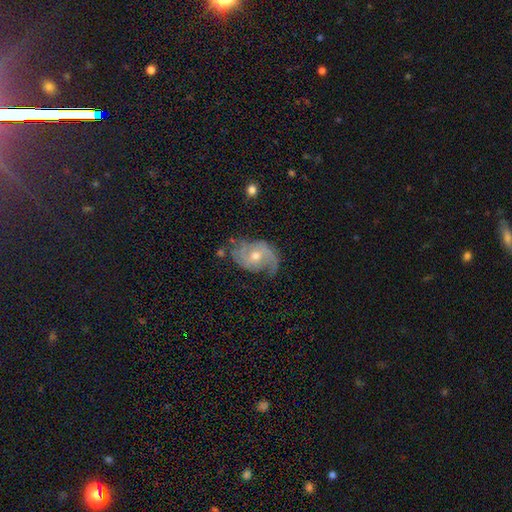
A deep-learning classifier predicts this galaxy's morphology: featured or disk 79%, smooth 14%, star or artifact 7%. Down the decision tree: edge-on disk — no (96%); bar — no (67%); spiral arms — yes (91%); spiral arm count — 2 (54%); spiral winding — medium (40%); bulge size — moderate (58%); merging — none (58%).